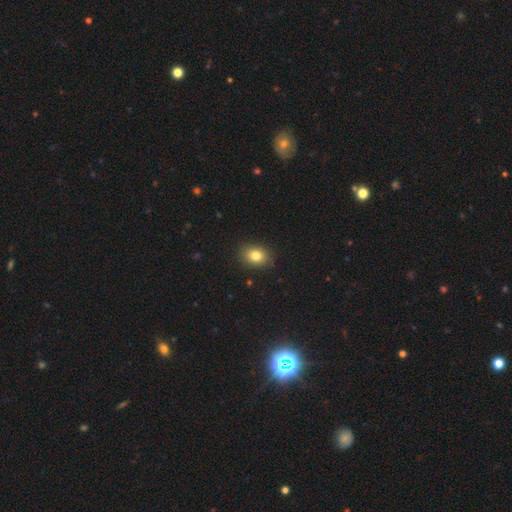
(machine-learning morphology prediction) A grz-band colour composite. It shows a smooth galaxy with no disk features (81%) that is in between round and cigar-shaped (55%). Merging: none (87%).